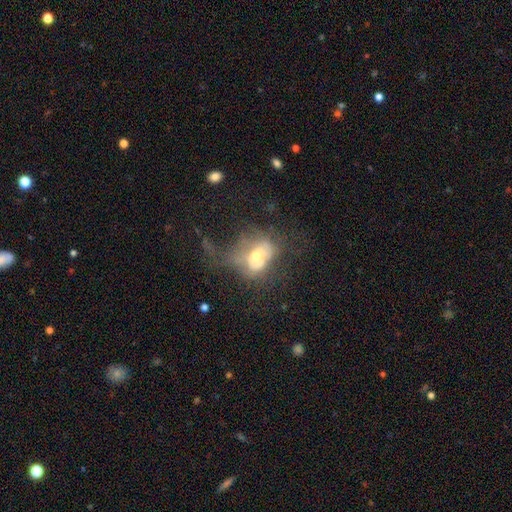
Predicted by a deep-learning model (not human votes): smooth_or_featured: featured or disk (p=0.44) [alt: smooth p=0.42]
merging: major disturbance (p=0.45) [alt: none p=0.27]